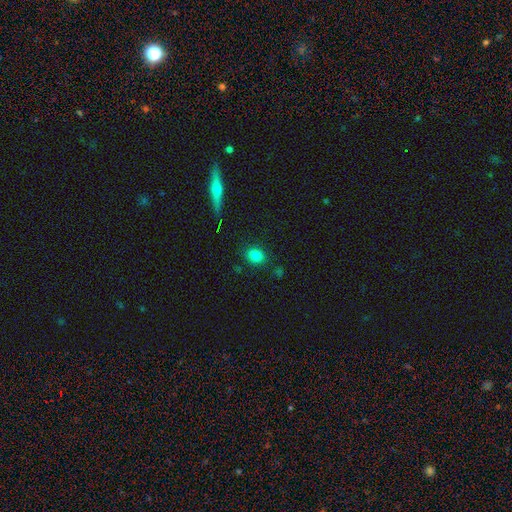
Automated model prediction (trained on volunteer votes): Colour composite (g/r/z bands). It shows a smooth galaxy with no disk features (83%) that is round (59%). Merging: none (86%).